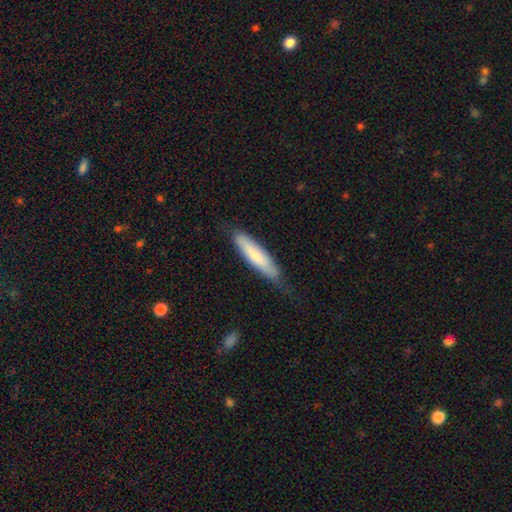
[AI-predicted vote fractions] Smooth or featured?
  - smooth: 75% *
  - featured or disk: 20%
  - star or artifact: 5%
How rounded?
  - cigar-shaped: 79% *
  - in between: 20%
  - round: 1%
Merging?
  - none: 72% *
  - minor disturbance: 23%
  - major disturbance: 4%
  - merger: 1%